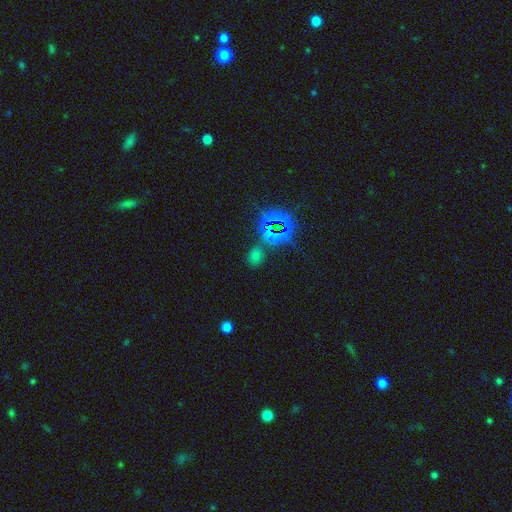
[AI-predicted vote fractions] Overall: star or artifact (55%; smooth 37%).